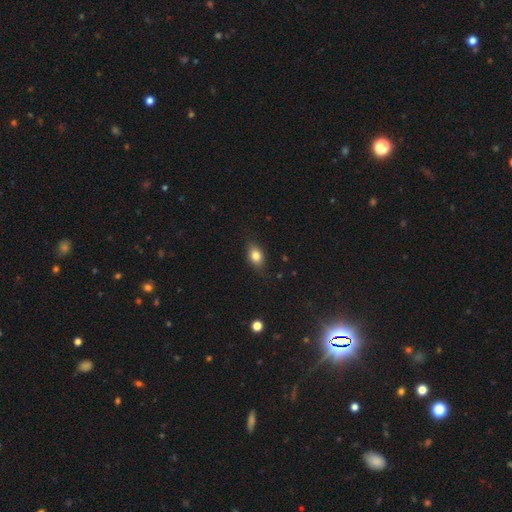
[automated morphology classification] smooth_or_featured: smooth (p=0.80) [alt: featured or disk p=0.11]
how_rounded: in between (p=0.74) [alt: round p=0.24]
merging: none (p=0.77) [alt: minor disturbance p=0.18]